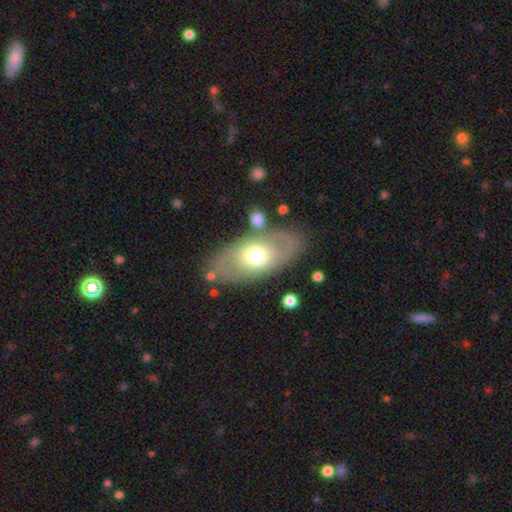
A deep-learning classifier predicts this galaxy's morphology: The model was most divided on "smooth or featured": featured or disk: 50%, smooth: 44%, star or artifact: 6%. More confident: merging — none (75%).